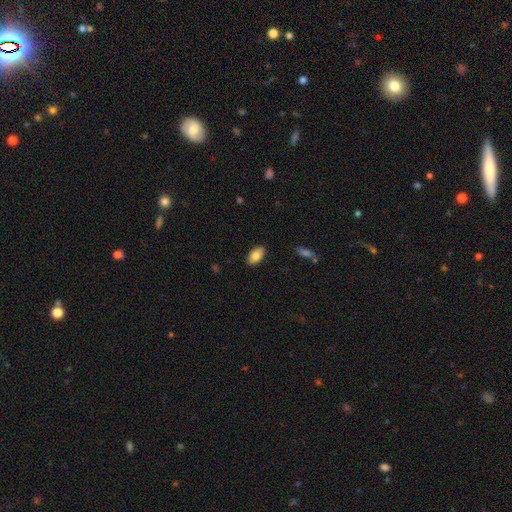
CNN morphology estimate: This appears to be a smooth galaxy with no disk features (83%) that is in between round and cigar-shaped (95%). Merging: none (88%).